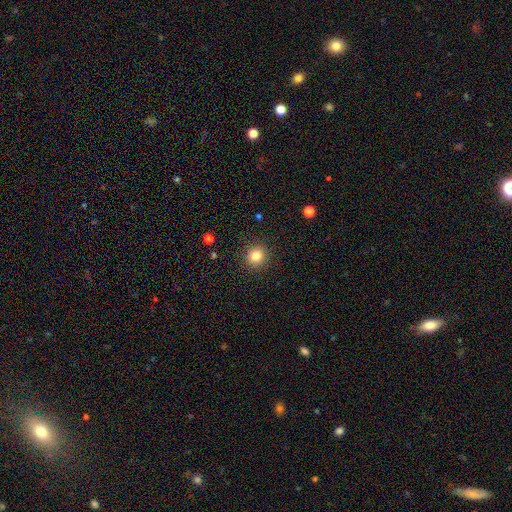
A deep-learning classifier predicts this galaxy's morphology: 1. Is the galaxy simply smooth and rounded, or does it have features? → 82% smooth, 12% star or artifact, 6% featured or disk.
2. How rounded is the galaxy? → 90% round, 9% in between, 1% cigar-shaped.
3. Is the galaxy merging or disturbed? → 91% none, 6% minor disturbance, 2% major disturbance, 1% merger.